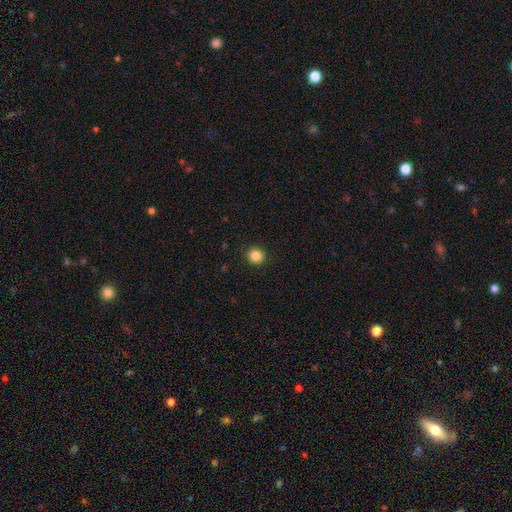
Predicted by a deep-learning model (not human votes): smooth-or-featured: smooth: 86% | star or artifact: 11% | featured or disk: 3%
  how-rounded: round: 93% | in between: 6% | cigar-shaped: 1%
  merging: none: 92% | minor disturbance: 5% | major disturbance: 2% | merger: 1%